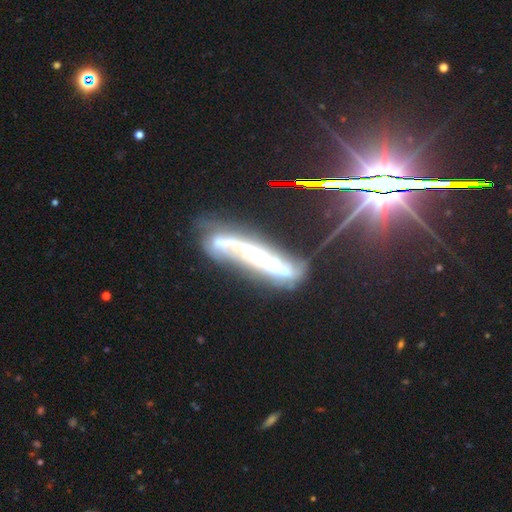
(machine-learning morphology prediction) This appears to be a featured or disk galaxy (76%). Merging: none (48%).